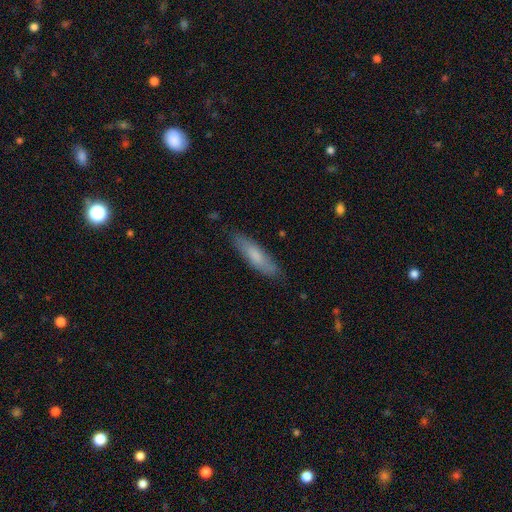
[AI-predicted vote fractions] Smooth or featured?
  - smooth: 73% *
  - featured or disk: 21%
  - star or artifact: 6%
How rounded?
  - cigar-shaped: 69% *
  - in between: 30%
  - round: 1%
Merging?
  - none: 82% *
  - minor disturbance: 14%
  - major disturbance: 3%
  - merger: 1%